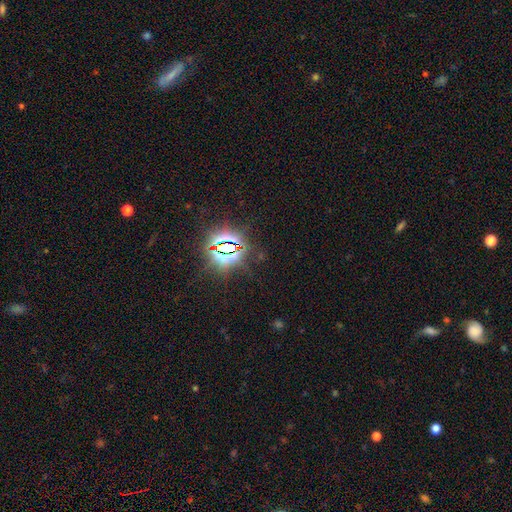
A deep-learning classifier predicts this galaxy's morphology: Q: Smooth or featured?
A: star or artifact (84%); runner-up: smooth (9%)